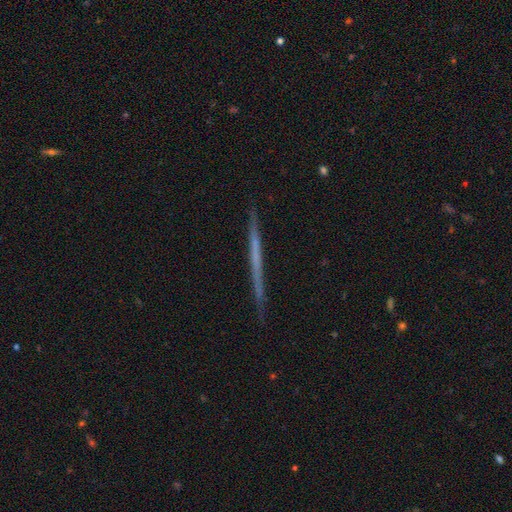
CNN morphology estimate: Smooth or featured?
  - featured or disk: 57% *
  - smooth: 37%
  - star or artifact: 6%
Edge-on disk?
  - yes: 97% *
  - no: 3%
Edge-on bulge?
  - none: 93% *
  - rounded: 5%
  - boxy: 3%
Merging?
  - none: 90% *
  - minor disturbance: 7%
  - major disturbance: 1%
  - merger: 1%